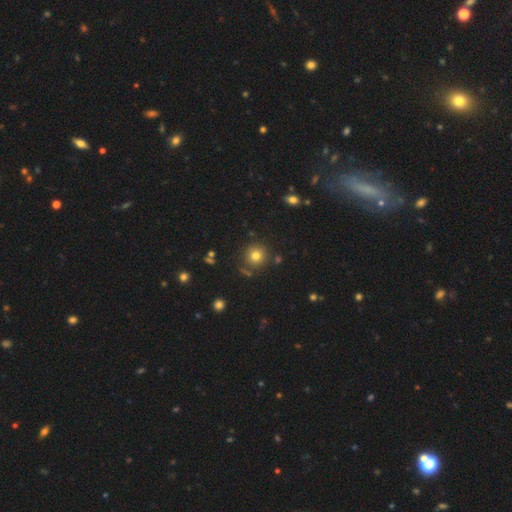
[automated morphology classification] A smooth galaxy with no disk features (77%) that is round (93%). Merging: none (84%).